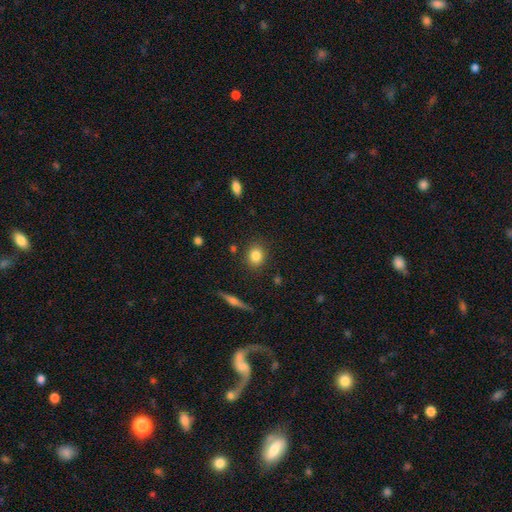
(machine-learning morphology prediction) Smooth or featured? smooth (83%)
How rounded? round (64%)
Merging? none (86%)